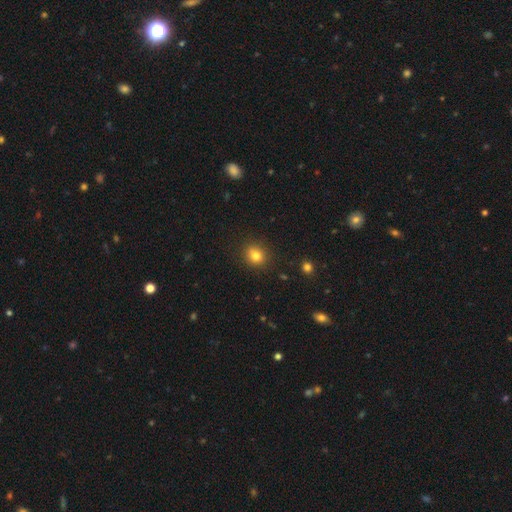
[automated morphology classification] Smooth or featured? smooth (81%)
How rounded? round (75%)
Merging? none (88%)